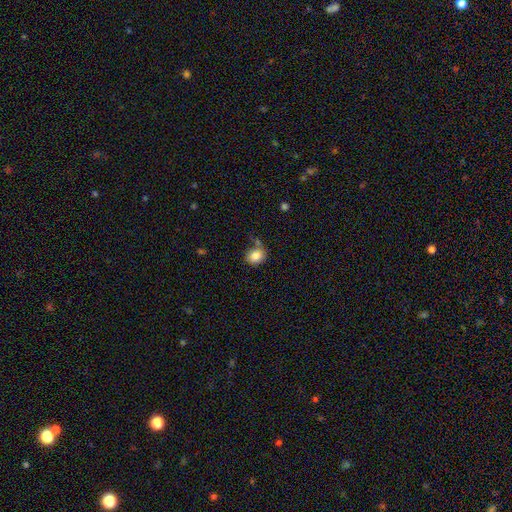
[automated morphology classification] This is clearly a smooth galaxy (82%). How rounded: likely round (67%). Merging: possibly none (59%).